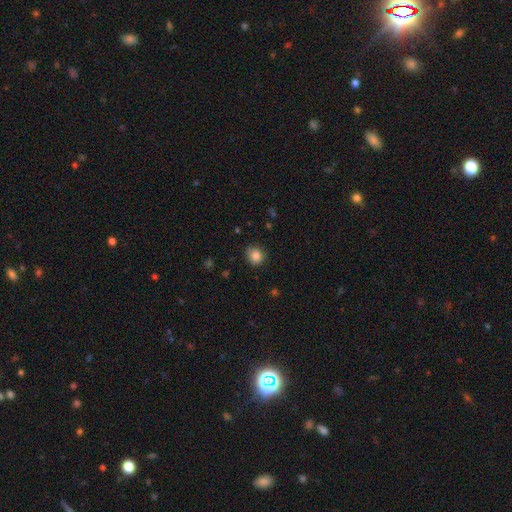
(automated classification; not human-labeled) Q: Smooth or featured?
A: smooth (85%); runner-up: star or artifact (10%)
Q: How rounded?
A: round (79%); runner-up: in between (20%)
Q: Merging?
A: none (76%); runner-up: minor disturbance (18%)